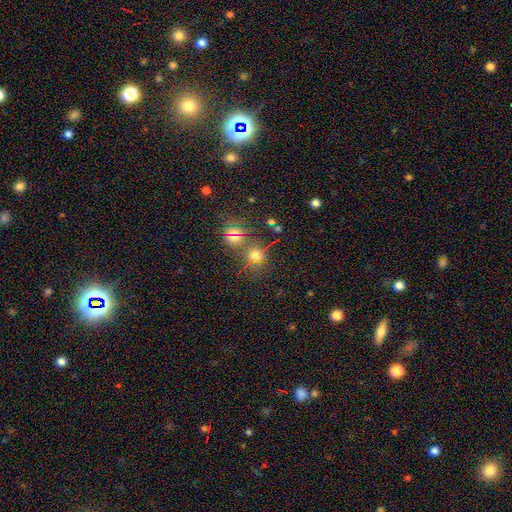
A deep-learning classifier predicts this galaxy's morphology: Overall: smooth (51%; star or artifact 39%). How rounded: round (81%). Merging: none (69%).